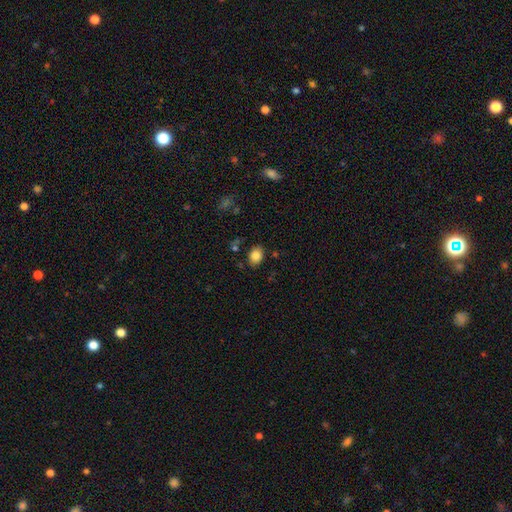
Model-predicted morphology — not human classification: type=smooth (84%); roundness=in between (66%); merging=none (84%).